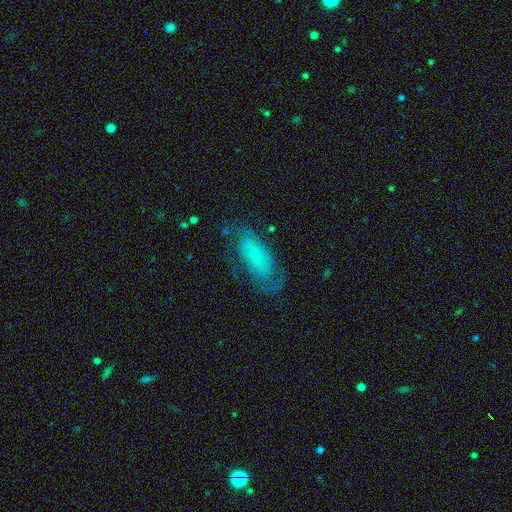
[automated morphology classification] featured or disk 58%, smooth 34%, star or artifact 8%. Down the decision tree: edge-on disk — no (92%); bar — no (73%); spiral arms — yes (76%); bulge size — small (76%); merging — none (58%).